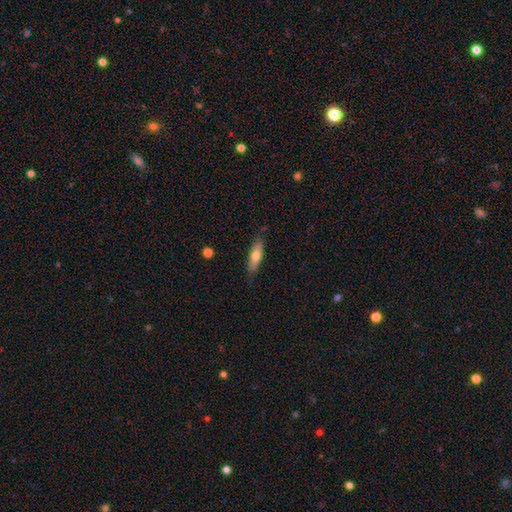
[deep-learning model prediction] Smooth or featured? Predicted: smooth (p=0.67). How rounded? Predicted: cigar-shaped (p=0.54). Merging? Predicted: none (p=0.81).